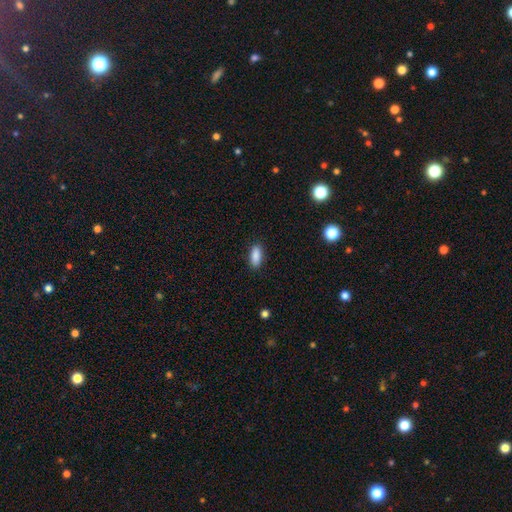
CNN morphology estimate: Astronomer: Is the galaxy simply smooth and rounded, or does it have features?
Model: smooth — 88%.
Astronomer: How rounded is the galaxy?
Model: in between — 80%.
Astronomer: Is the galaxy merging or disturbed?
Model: none — 88%.